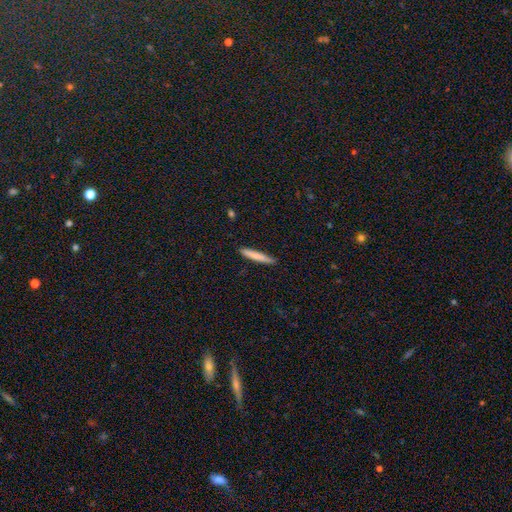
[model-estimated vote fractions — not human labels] Smooth or featured? Predicted: smooth (p=0.77). How rounded? Predicted: cigar-shaped (p=0.95). Merging? Predicted: none (p=0.89).